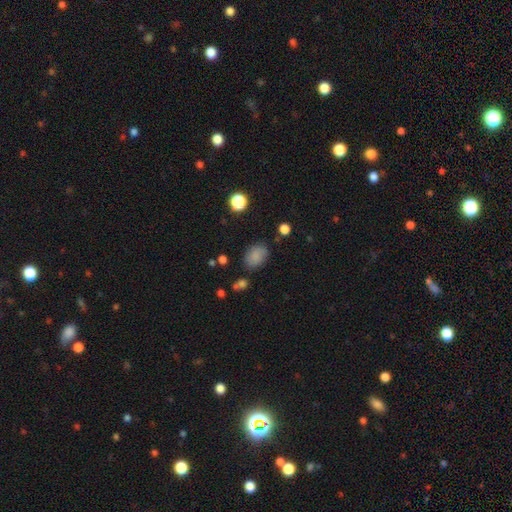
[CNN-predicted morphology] smooth-or-featured: smooth: 81% | star or artifact: 11% | featured or disk: 8%
  how-rounded: in between: 73% | round: 26% | cigar-shaped: 1%
  merging: none: 76% | minor disturbance: 17% | major disturbance: 5% | merger: 3%